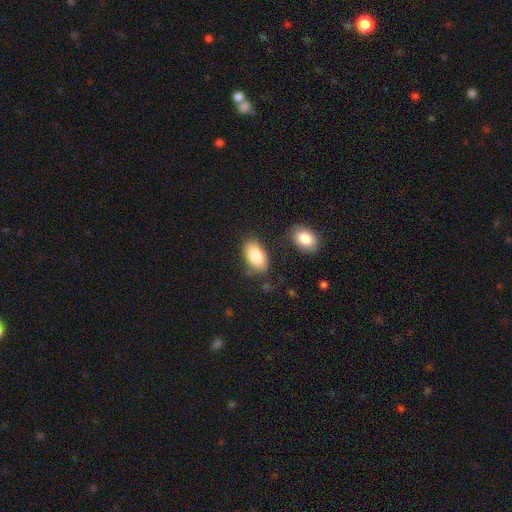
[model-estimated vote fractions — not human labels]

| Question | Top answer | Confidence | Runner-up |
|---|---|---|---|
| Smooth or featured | smooth | 85% | featured or disk (9%) |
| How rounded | in between | 94% | round (3%) |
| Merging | none | 79% | minor disturbance (13%) |